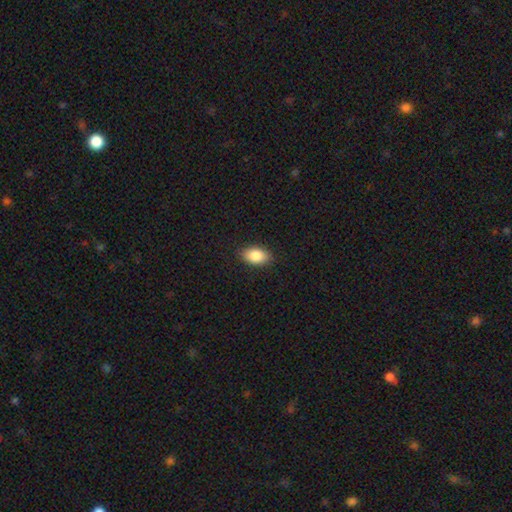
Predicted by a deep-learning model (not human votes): smooth-or-featured: smooth: 86% | star or artifact: 7% | featured or disk: 7%
  how-rounded: in between: 90% | round: 8% | cigar-shaped: 2%
  merging: none: 88% | minor disturbance: 9% | major disturbance: 2% | merger: 1%